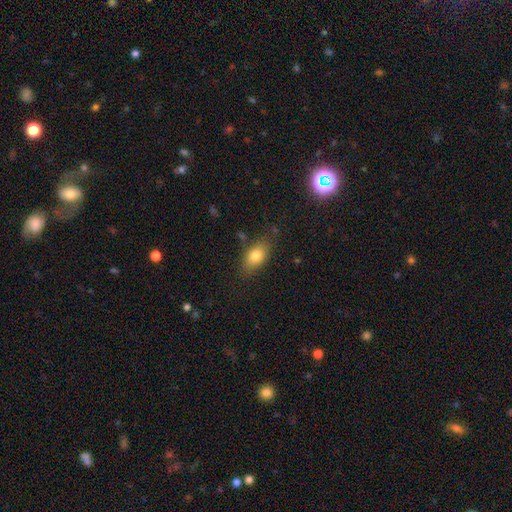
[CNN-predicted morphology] This appears to be a smooth galaxy with no disk features (78%) that is in between round and cigar-shaped (85%). Merging: none (79%).